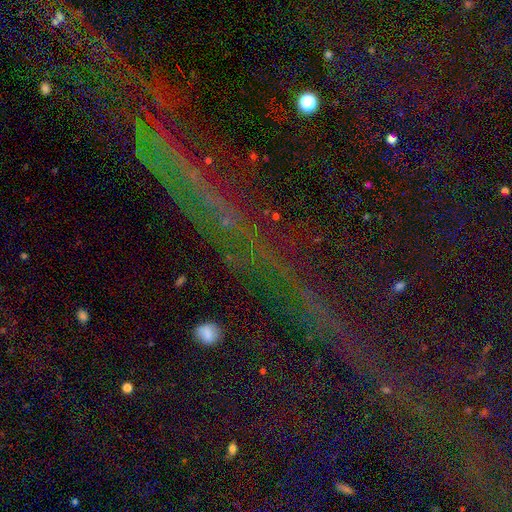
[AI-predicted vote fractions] Overall: star or artifact (81%).